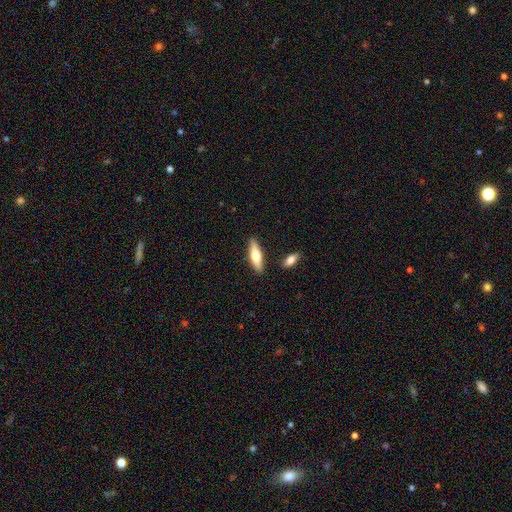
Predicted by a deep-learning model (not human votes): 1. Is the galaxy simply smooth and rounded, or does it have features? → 57% smooth, 38% featured or disk, 5% star or artifact.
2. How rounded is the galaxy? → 59% cigar-shaped, 39% in between, 2% round.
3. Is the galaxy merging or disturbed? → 85% none, 9% minor disturbance, 4% merger, 2% major disturbance.